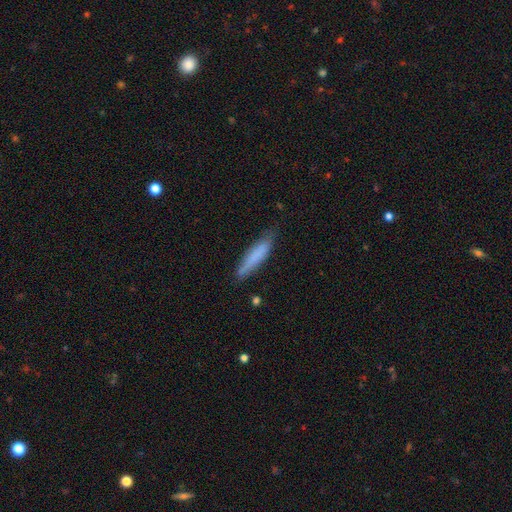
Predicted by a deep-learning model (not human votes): This is likely a smooth galaxy (77%). How rounded: clearly cigar-shaped (84%). Merging: likely none (75%).